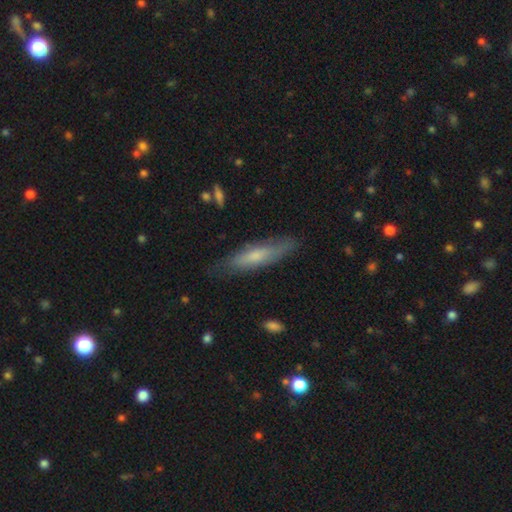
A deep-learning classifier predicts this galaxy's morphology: Smooth or featured? Predicted: smooth (p=0.57). How rounded? Predicted: cigar-shaped (p=0.76). Merging? Predicted: none (p=0.77).